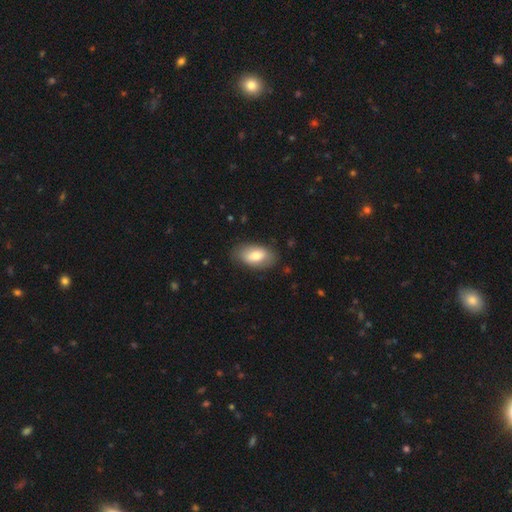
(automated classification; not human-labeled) smooth-or-featured: smooth: 73% | featured or disk: 21% | star or artifact: 7%
  how-rounded: in between: 93% | round: 5% | cigar-shaped: 3%
  merging: none: 82% | minor disturbance: 14% | major disturbance: 3% | merger: 1%